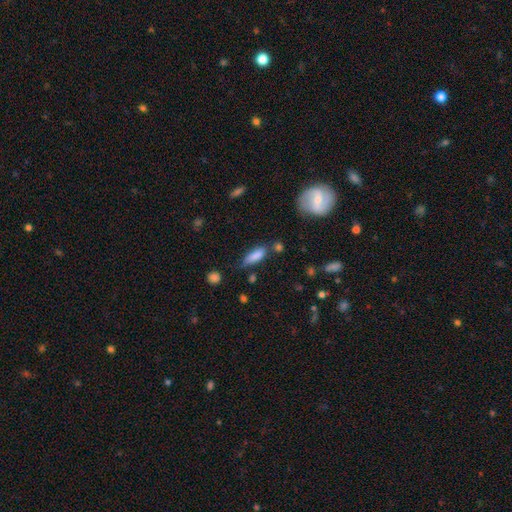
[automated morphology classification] This appears to be a smooth galaxy with no disk features (82%) that is in between round and cigar-shaped (58%). Merging: none (58%).